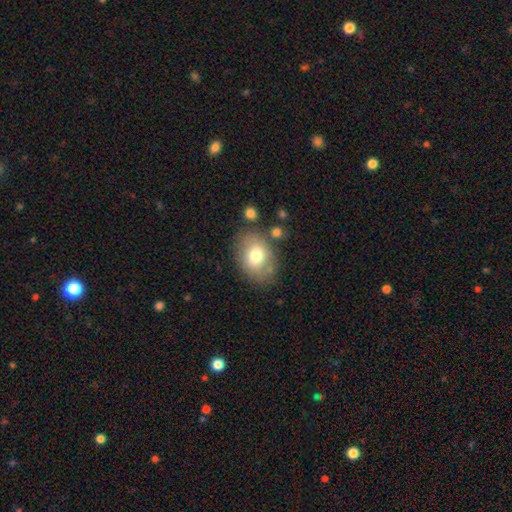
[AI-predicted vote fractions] This appears to be a smooth galaxy with no disk features (73%) that is in between round and cigar-shaped (69%). Merging: none (73%).